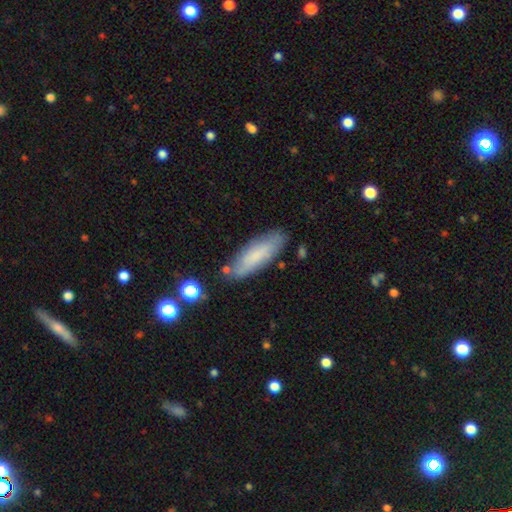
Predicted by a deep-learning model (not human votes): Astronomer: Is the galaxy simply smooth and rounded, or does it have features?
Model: smooth — 72%.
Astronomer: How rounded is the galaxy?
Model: in between — 50% (runner-up: cigar-shaped, 49%).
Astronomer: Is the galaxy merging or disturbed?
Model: none — 77%.